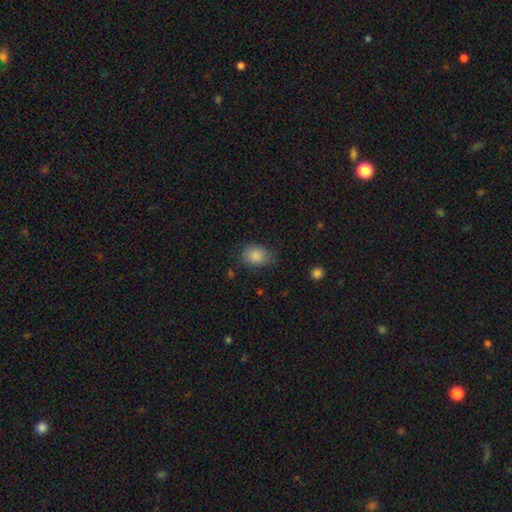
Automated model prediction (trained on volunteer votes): This appears to be a smooth galaxy with no disk features (86%) that is in between round and cigar-shaped (61%). Merging: none (72%).